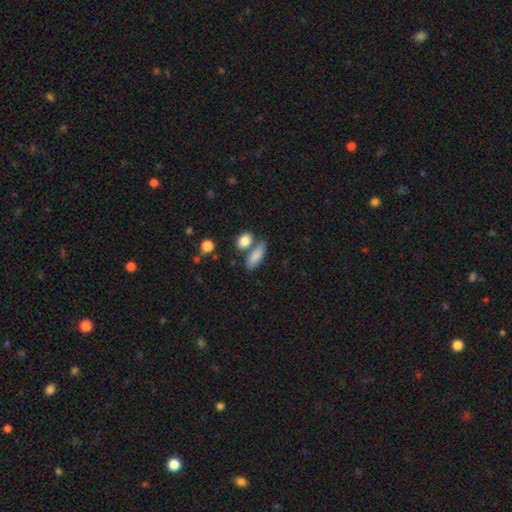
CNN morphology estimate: smooth-or-featured: smooth: 84% | featured or disk: 9% | star or artifact: 7%
  how-rounded: in between: 68% | cigar-shaped: 27% | round: 6%
  merging: none: 57% | merger: 24% | minor disturbance: 14% | major disturbance: 5%